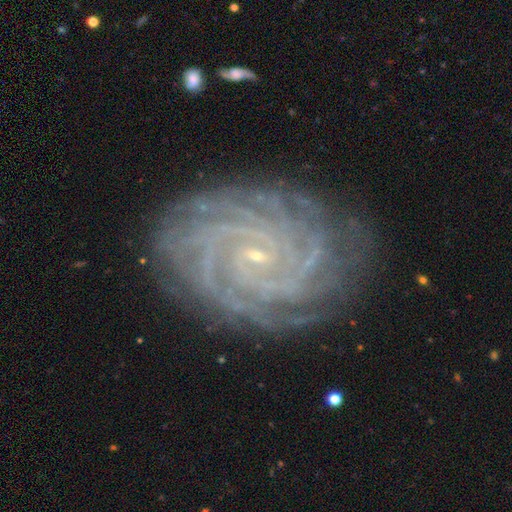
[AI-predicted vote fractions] A featured or disk galaxy (91%) with no bar (68%), 4 (25%, tied with more than 4) tight (87%) spiral arms (99%) and a small central bulge (89%). Merging: none (83%).